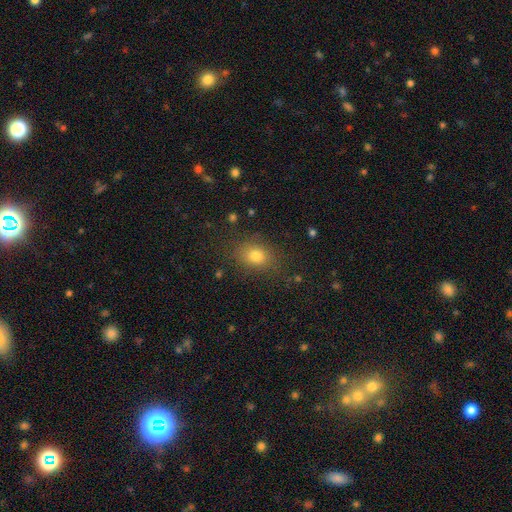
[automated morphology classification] Overall: smooth (77%). How rounded: in between (60%; round 39%). Merging: none (82%).